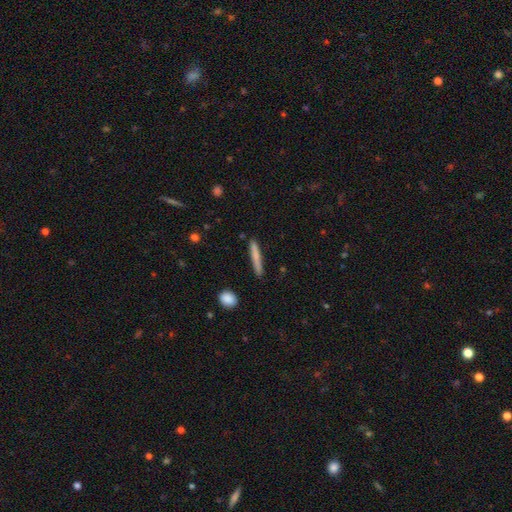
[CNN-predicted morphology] This appears to be a smooth galaxy with no disk features (74%) that is cigar-shaped (95%). Merging: none (87%).